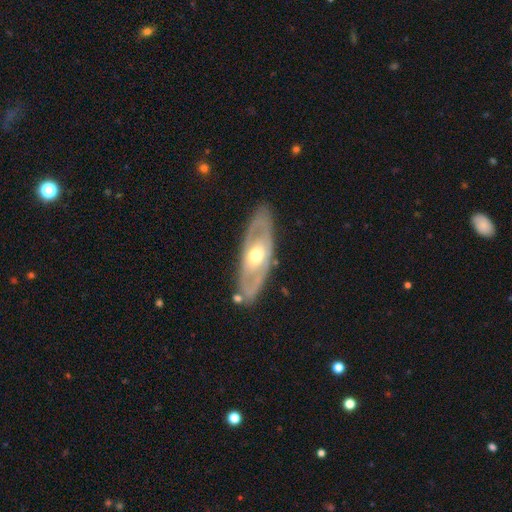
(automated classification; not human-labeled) smooth-or-featured: featured or disk: 71% | smooth: 24% | star or artifact: 4%
  disk-edge-on: no: 80% | yes: 20%
    bar: no: 81% | weak: 14% | strong: 5%
    has-spiral-arms: no: 70% | yes: 30%
    bulge-size: moderate: 73% | small: 15% | large: 10% | dominant: 1% | none: 1%
  merging: none: 83% | minor disturbance: 11% | major disturbance: 4% | merger: 2%